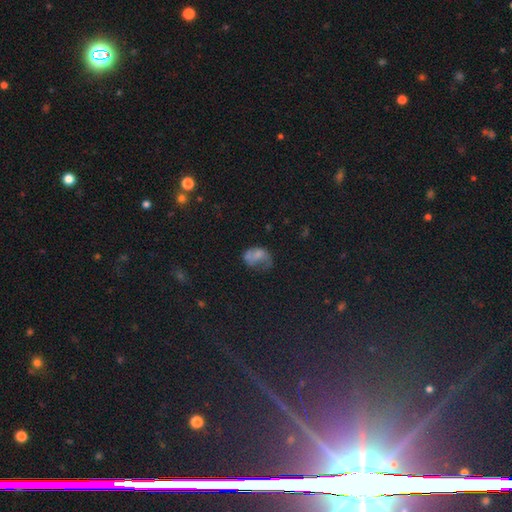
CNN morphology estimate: type=smooth (51%); roundness=in between (72%); merging=major disturbance (39%).